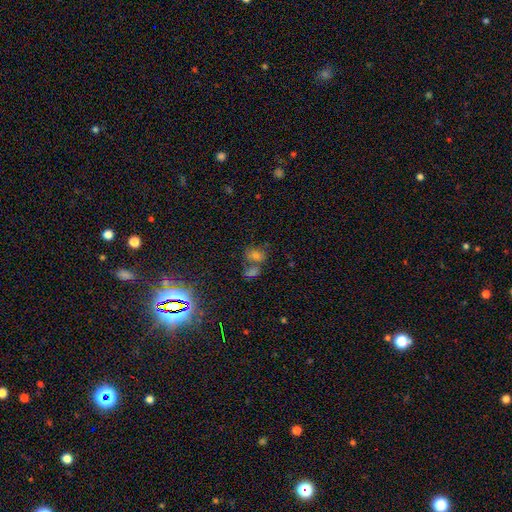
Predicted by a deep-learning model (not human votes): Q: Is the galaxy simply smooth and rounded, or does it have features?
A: smooth — 49%.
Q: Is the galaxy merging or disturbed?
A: none — 44%.